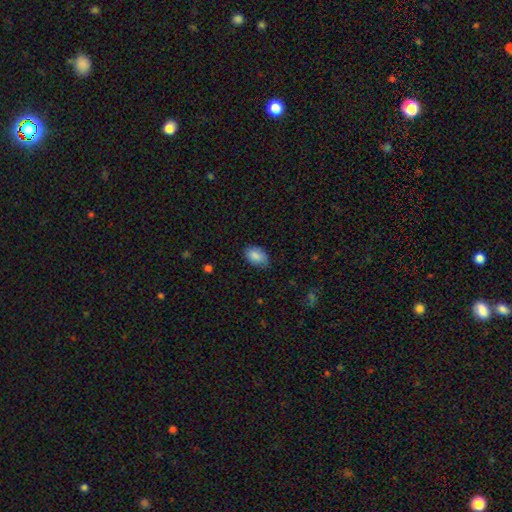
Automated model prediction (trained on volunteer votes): Smooth or featured? smooth (87%)
How rounded? in between (87%)
Merging? none (69%)